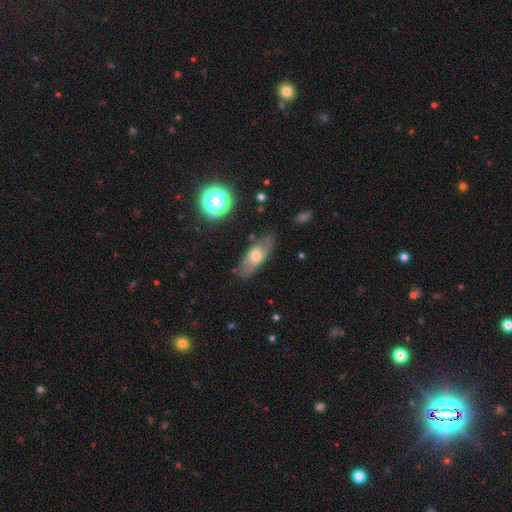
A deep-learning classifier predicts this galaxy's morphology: A smooth galaxy with no disk features (50%) that is in between round and cigar-shaped (76%).

Vote fractions:
- Smooth or featured? smooth: 50% / featured or disk: 40% / star or artifact: 10%
- How rounded? in between: 76% / cigar-shaped: 18% / round: 6%
- Merging? none: 69% / minor disturbance: 21% / major disturbance: 7% / merger: 3%